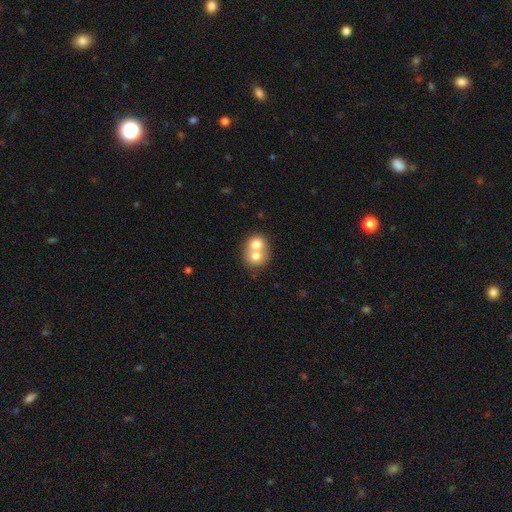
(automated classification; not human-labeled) Overall: smooth (69%). How rounded: round (72%). Merging: merger (72%).